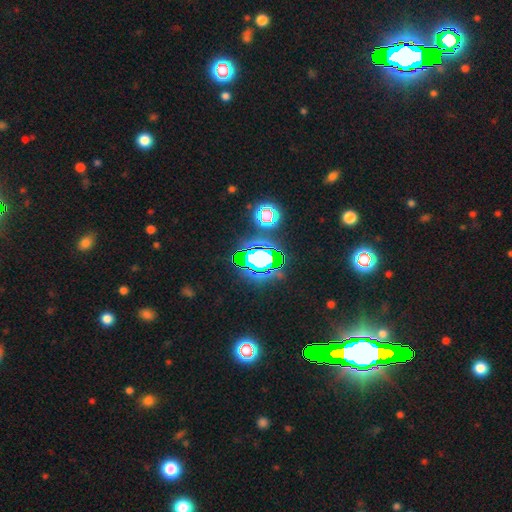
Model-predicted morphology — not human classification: This appears to be a star or artifact, not a galaxy (67%).